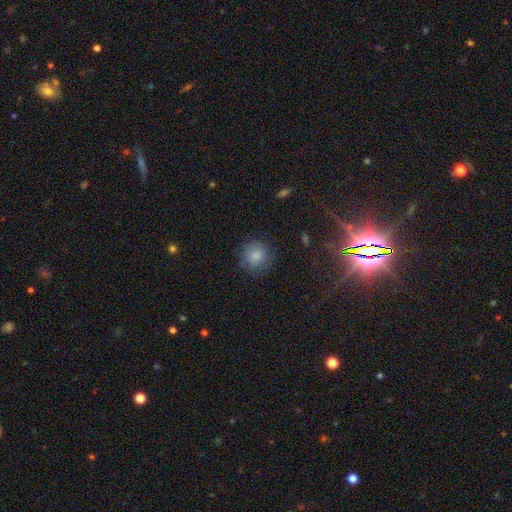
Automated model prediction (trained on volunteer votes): smooth 84%, star or artifact 10%, featured or disk 6%. Down the decision tree: how rounded — round (91%); merging — none (81%).